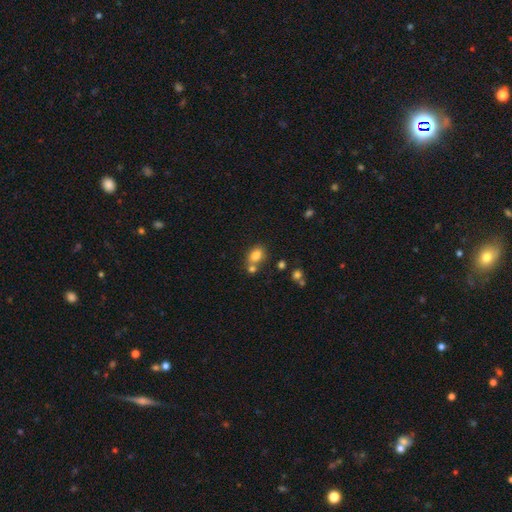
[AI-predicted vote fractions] Smooth or featured?
  - smooth: 81% *
  - star or artifact: 11%
  - featured or disk: 8%
How rounded?
  - in between: 70% *
  - round: 28%
  - cigar-shaped: 1%
Merging?
  - none: 54% *
  - merger: 29%
  - minor disturbance: 12%
  - major disturbance: 4%